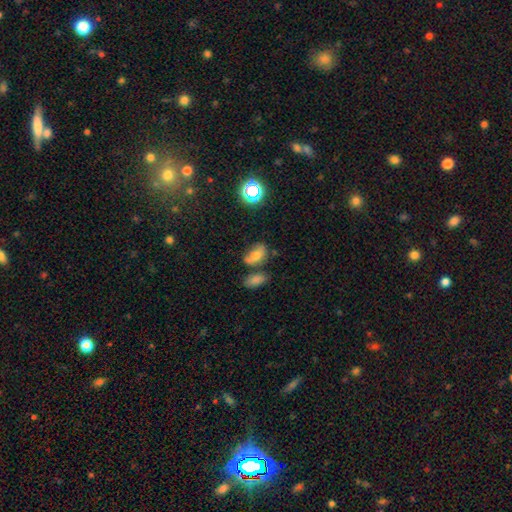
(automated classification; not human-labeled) The model was most divided on "merging": none: 41%, merger: 26%, minor disturbance: 22%, major disturbance: 11%. More confident: how rounded — in between (79%); smooth or featured — smooth (62%).